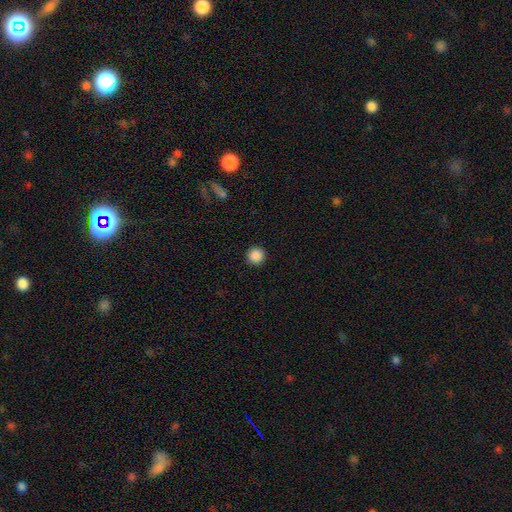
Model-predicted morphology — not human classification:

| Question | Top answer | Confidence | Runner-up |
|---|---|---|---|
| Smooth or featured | smooth | 88% | star or artifact (9%) |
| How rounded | round | 95% | in between (4%) |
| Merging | none | 93% | minor disturbance (5%) |